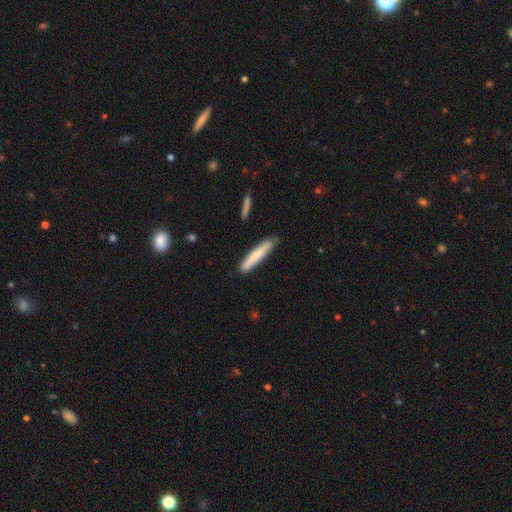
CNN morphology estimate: smooth 75%, featured or disk 19%, star or artifact 6%. Down the decision tree: how rounded — cigar-shaped (92%); merging — none (84%).